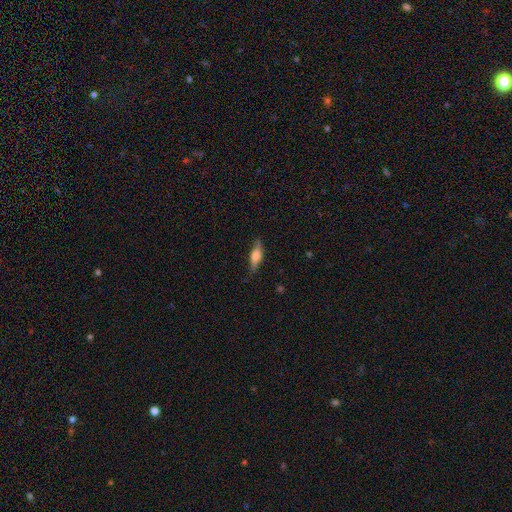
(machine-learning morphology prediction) A smooth galaxy with no disk features (50%) that is cigar-shaped (50%).

Vote fractions:
- Smooth or featured? smooth: 50% / featured or disk: 43% / star or artifact: 7%
- How rounded? cigar-shaped: 50% / in between: 47% / round: 3%
- Merging? none: 78% / minor disturbance: 17% / major disturbance: 4% / merger: 1%